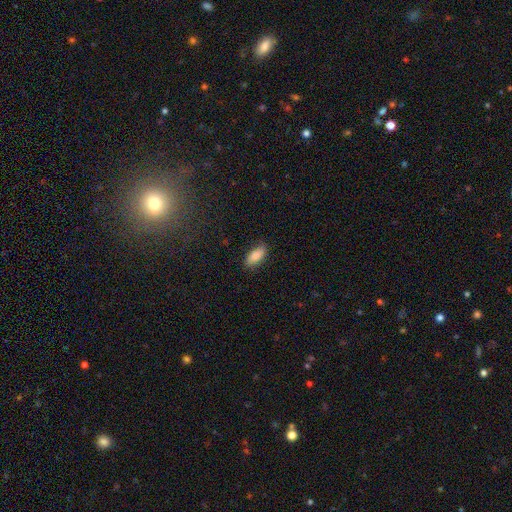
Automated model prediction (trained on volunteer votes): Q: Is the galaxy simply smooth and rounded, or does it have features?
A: smooth — 86%.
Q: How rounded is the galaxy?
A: in between — 84%.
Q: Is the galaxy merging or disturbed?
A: none — 84%.